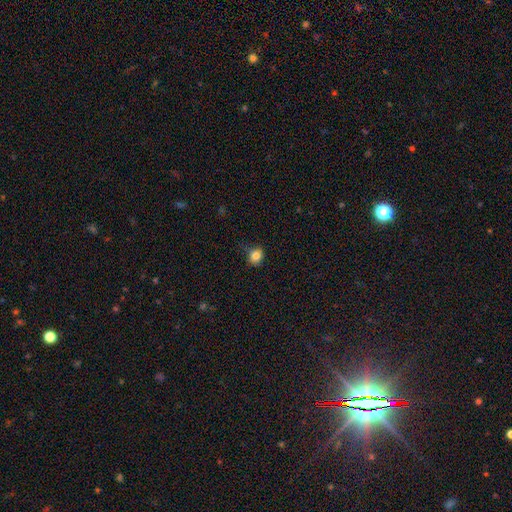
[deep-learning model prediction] Smooth or featured? smooth (82%)
How rounded? round (74%)
Merging? none (72%)